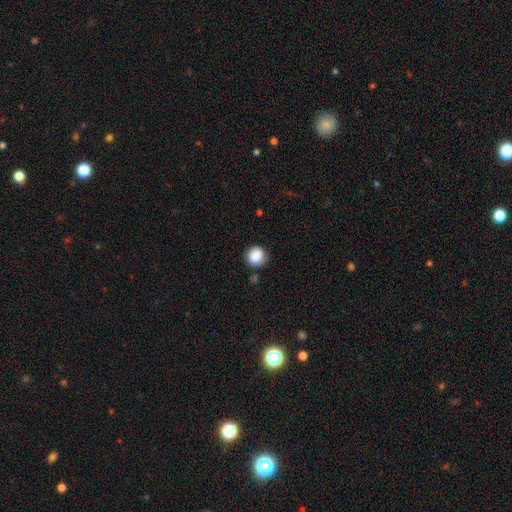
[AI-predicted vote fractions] Smooth or featured? Predicted: smooth (p=0.86). How rounded? Predicted: round (p=0.87). Merging? Predicted: none (p=0.75).